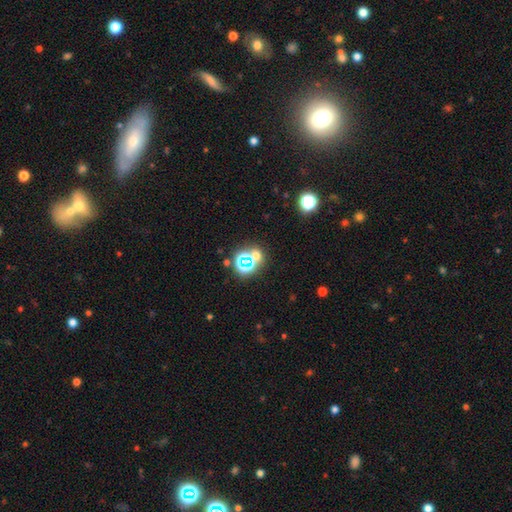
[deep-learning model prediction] smooth-or-featured: star or artifact: 52% | smooth: 37% | featured or disk: 11%